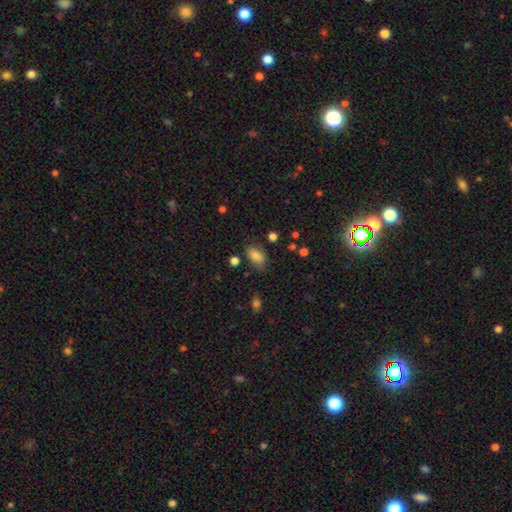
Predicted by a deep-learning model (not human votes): A smooth galaxy with no disk features (80%) that is in between round and cigar-shaped (90%). Merging: none (64%).